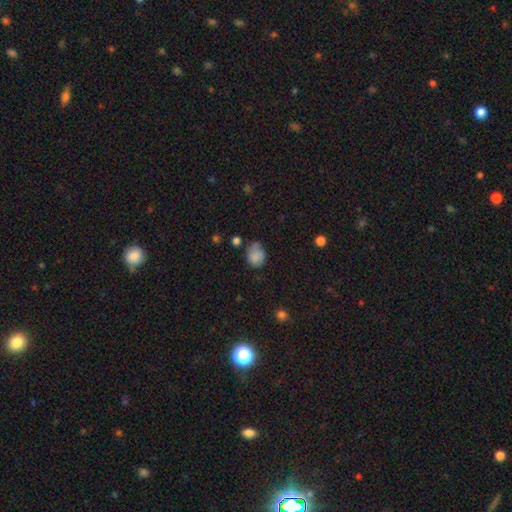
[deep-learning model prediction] Smooth or featured?
  - smooth: 82% *
  - star or artifact: 10%
  - featured or disk: 8%
How rounded?
  - round: 55% *
  - in between: 44%
  - cigar-shaped: 1%
Merging?
  - none: 50% *
  - minor disturbance: 35%
  - major disturbance: 10%
  - merger: 5%